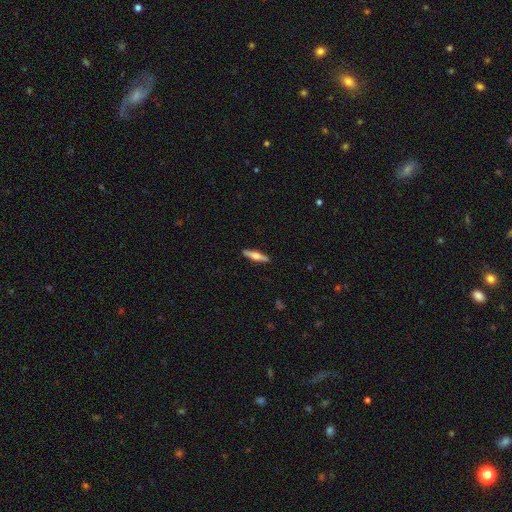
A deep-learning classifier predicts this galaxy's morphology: Overall: featured or disk (51%; smooth 43%). Edge-on disk: yes (96%). Merging: none (91%).